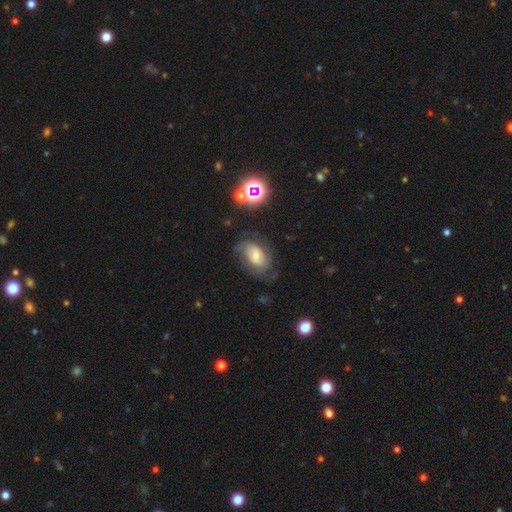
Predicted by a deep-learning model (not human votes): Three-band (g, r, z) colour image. It shows a featured or disk galaxy (63%) with no bar (47%), 2 (51%) medium (42%) spiral arms (86%) and a small central bulge (49%). Merging: none (55%).